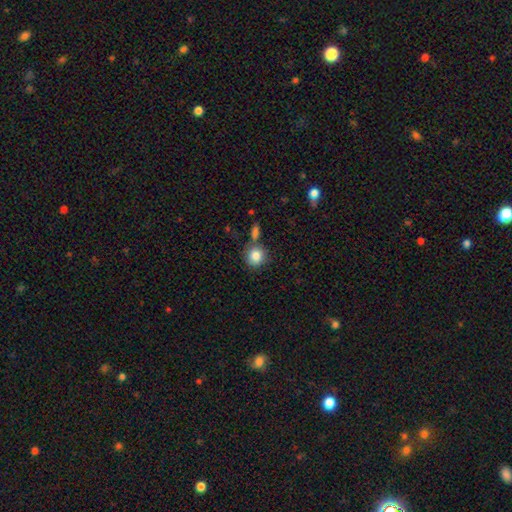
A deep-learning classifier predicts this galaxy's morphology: Smooth or featured? Predicted: smooth (p=0.85). How rounded? Predicted: round (p=0.88). Merging? Predicted: none (p=0.68).